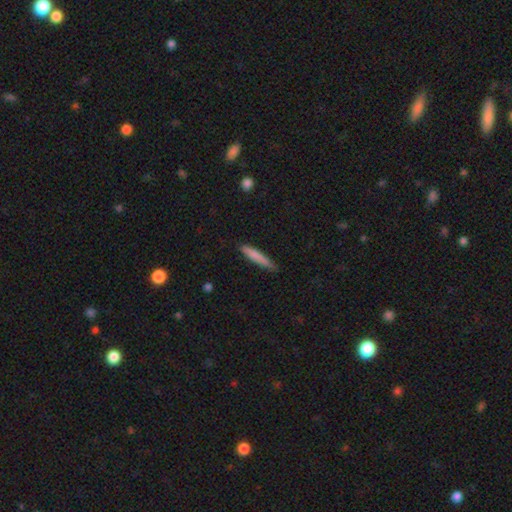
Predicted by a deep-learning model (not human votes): Q: Smooth or featured?
A: smooth (78%); runner-up: featured or disk (16%)
Q: How rounded?
A: cigar-shaped (92%); runner-up: in between (6%)
Q: Merging?
A: none (81%); runner-up: minor disturbance (16%)